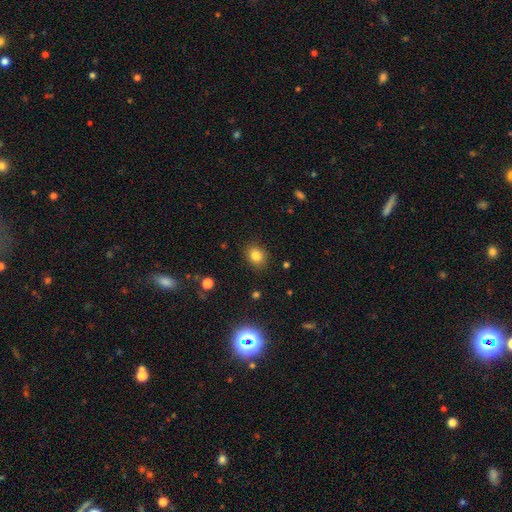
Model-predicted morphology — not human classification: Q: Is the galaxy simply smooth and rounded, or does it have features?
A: smooth — 81%.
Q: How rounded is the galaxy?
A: round — 57%.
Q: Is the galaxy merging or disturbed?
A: none — 87%.